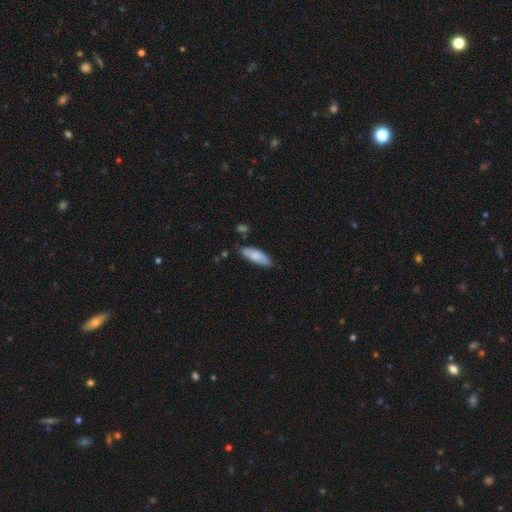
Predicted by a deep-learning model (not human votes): smooth_or_featured: smooth (p=0.81) [alt: featured or disk p=0.13]
how_rounded: in between (p=0.61) [alt: cigar-shaped p=0.37]
merging: none (p=0.73) [alt: minor disturbance p=0.21]